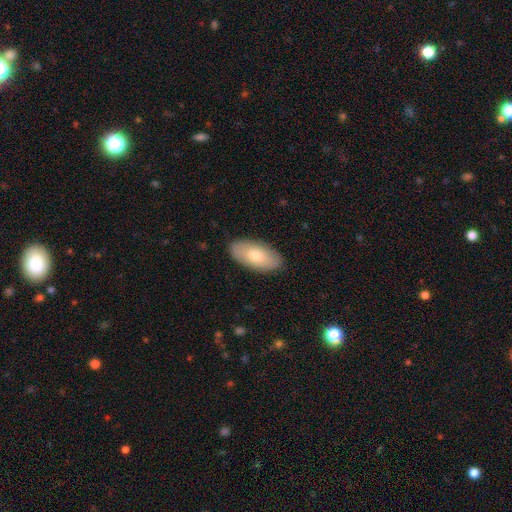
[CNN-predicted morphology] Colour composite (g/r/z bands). It shows a smooth galaxy with no disk features (75%) that is in between round and cigar-shaped (94%). Merging: none (87%).